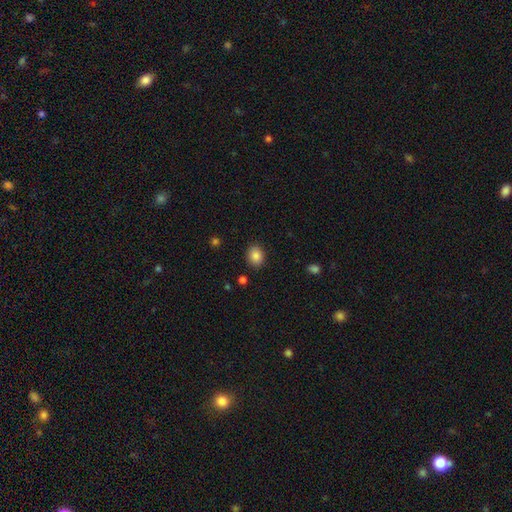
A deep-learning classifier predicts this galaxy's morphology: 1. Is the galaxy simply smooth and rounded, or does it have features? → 86% smooth, 9% star or artifact, 5% featured or disk.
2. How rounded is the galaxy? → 52% round, 48% in between, 1% cigar-shaped.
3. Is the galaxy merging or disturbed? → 88% none, 8% minor disturbance, 2% major disturbance, 1% merger.